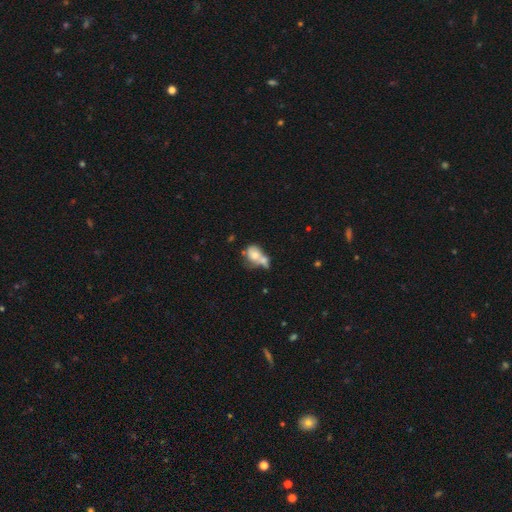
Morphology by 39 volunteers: smooth 49%, featured or disk 41%, star or artifact 10%. Down the decision tree: how rounded — round (53%); merging — merger (66%).